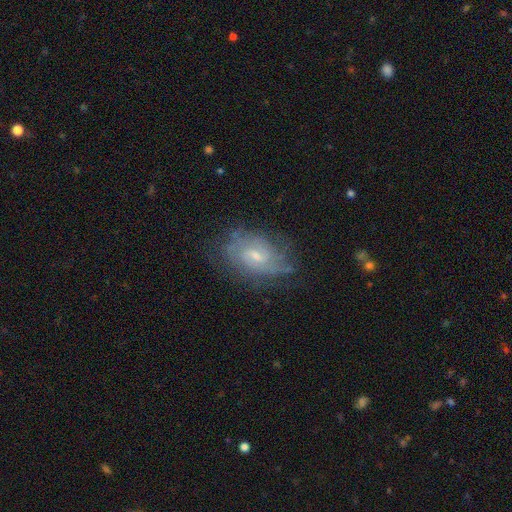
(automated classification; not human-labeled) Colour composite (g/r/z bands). It shows a featured or disk galaxy (71%) with a weak bar (50%), tight (51%) spiral arms (85%) and a small central bulge (55%). Merging: none (67%).